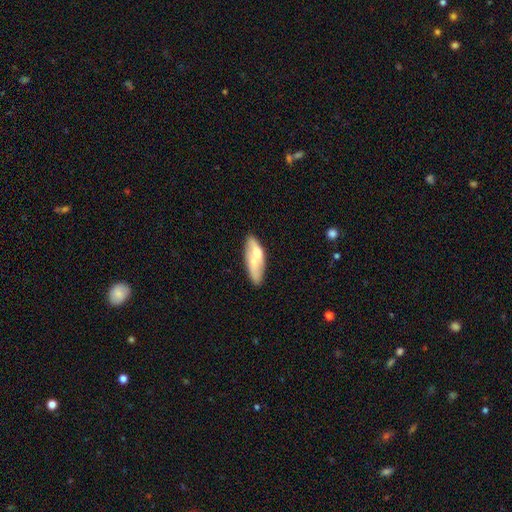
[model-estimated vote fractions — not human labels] Smooth or featured?
  - smooth: 58% *
  - featured or disk: 36%
  - star or artifact: 6%
How rounded?
  - in between: 58% *
  - cigar-shaped: 39%
  - round: 3%
Merging?
  - none: 48% *
  - merger: 23%
  - minor disturbance: 20%
  - major disturbance: 8%